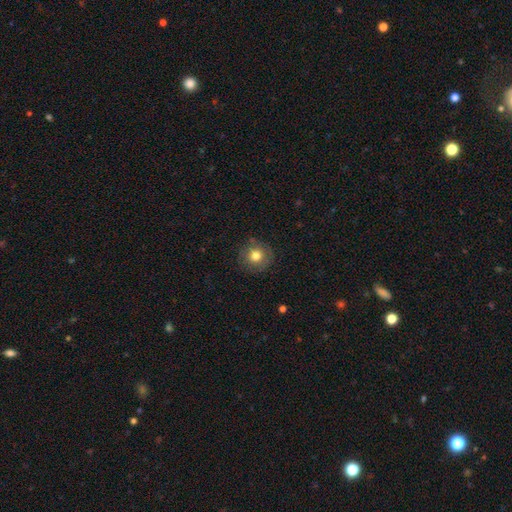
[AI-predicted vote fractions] smooth 75%, featured or disk 14%, star or artifact 10%. Down the decision tree: how rounded — round (93%); merging — none (84%).